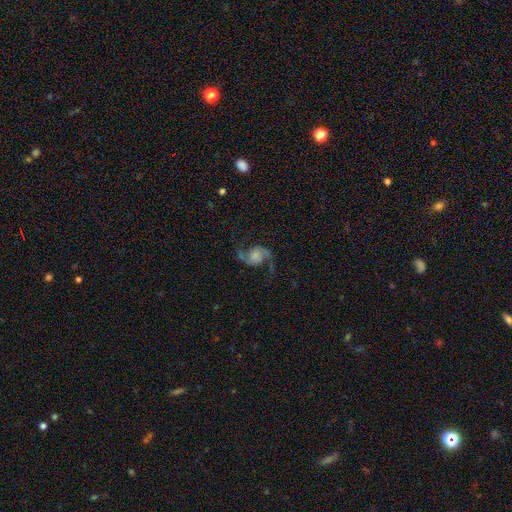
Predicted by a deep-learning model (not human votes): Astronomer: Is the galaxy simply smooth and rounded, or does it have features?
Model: featured or disk — 90%.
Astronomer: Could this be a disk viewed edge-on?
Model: no — 98%.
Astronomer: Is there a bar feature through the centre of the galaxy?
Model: no — 70%.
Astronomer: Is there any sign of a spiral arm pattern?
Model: yes — 98%.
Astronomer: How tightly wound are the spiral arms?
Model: loose — 58% (runner-up: medium, 35%).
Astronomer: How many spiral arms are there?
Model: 2 — 95%.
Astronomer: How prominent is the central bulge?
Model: none — 29% (runner-up: small, 28%).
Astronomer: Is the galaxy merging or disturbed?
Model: none — 78%.